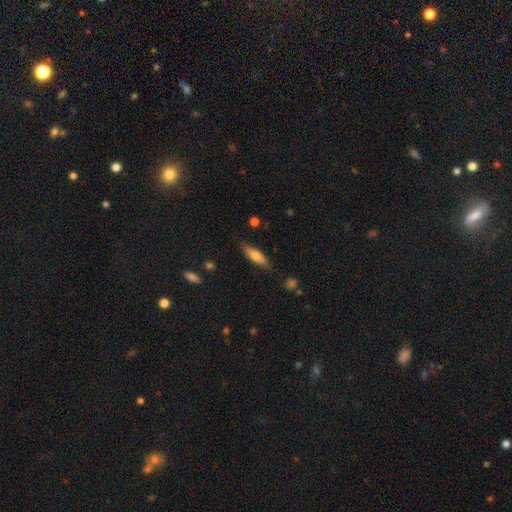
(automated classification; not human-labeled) smooth 64%, featured or disk 30%, star or artifact 6%. Down the decision tree: how rounded — cigar-shaped (53%); merging — none (81%).